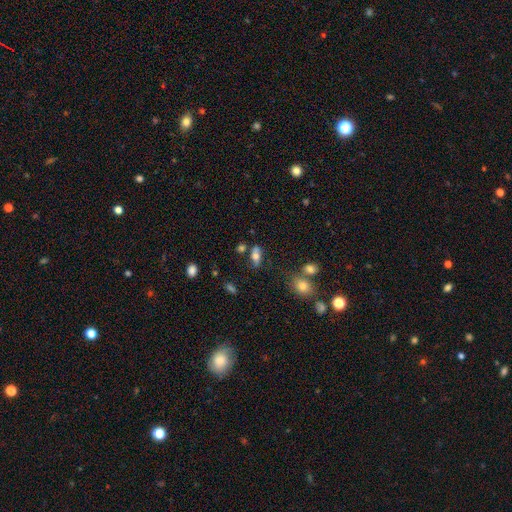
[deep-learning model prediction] A smooth galaxy with no disk features (65%) that is in between round and cigar-shaped (79%).

Vote fractions:
- Smooth or featured? smooth: 65% / featured or disk: 24% / star or artifact: 10%
- How rounded? in between: 79% / cigar-shaped: 15% / round: 6%
- Merging? none: 63% / minor disturbance: 16% / merger: 16% / major disturbance: 6%